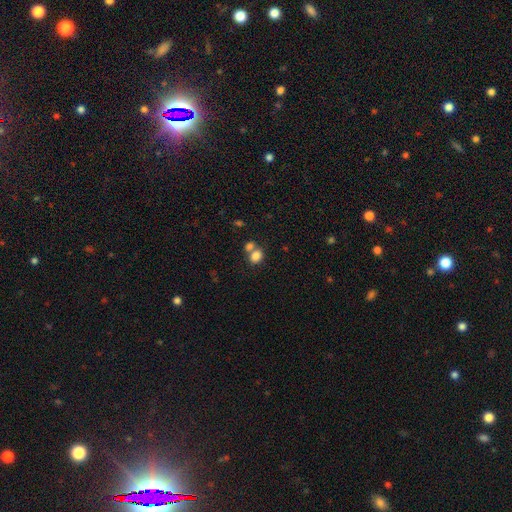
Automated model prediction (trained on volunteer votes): This appears to be a smooth galaxy with no disk features (82%) that is round (52%). Merging: merger (44%).